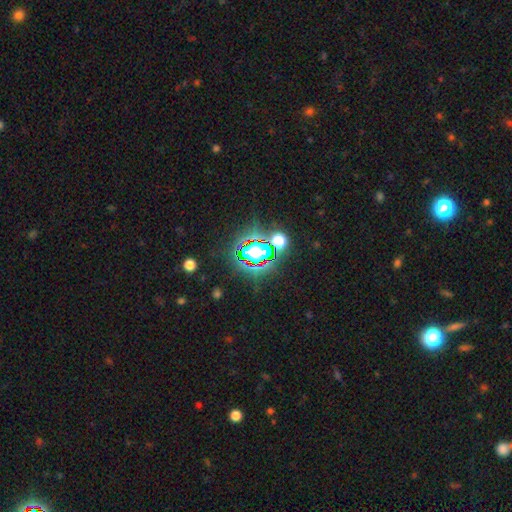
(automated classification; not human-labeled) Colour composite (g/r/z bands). It shows a star or artifact, not a galaxy (80%).